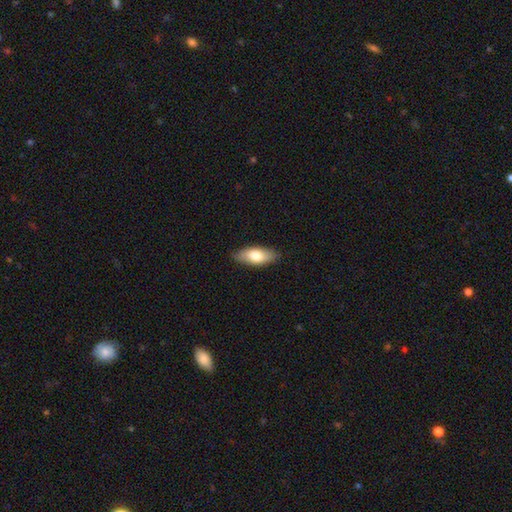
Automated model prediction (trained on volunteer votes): Smooth or featured?
  - smooth: 74% *
  - featured or disk: 21%
  - star or artifact: 6%
How rounded?
  - in between: 81% *
  - cigar-shaped: 16%
  - round: 2%
Merging?
  - none: 86% *
  - minor disturbance: 11%
  - major disturbance: 2%
  - merger: 1%